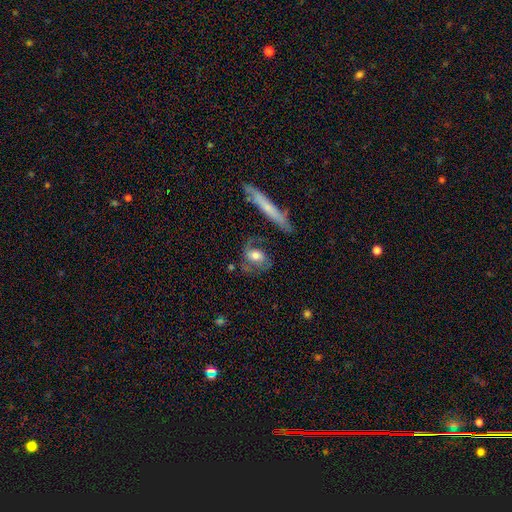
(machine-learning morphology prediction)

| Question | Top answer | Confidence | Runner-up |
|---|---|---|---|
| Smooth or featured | featured or disk | 59% | smooth (34%) |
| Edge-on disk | no | 90% | yes (10%) |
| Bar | no | 60% | weak (29%) |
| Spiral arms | yes | 80% | no (20%) |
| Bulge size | moderate | 58% | large (25%) |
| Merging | none | 53% | minor disturbance (22%) |